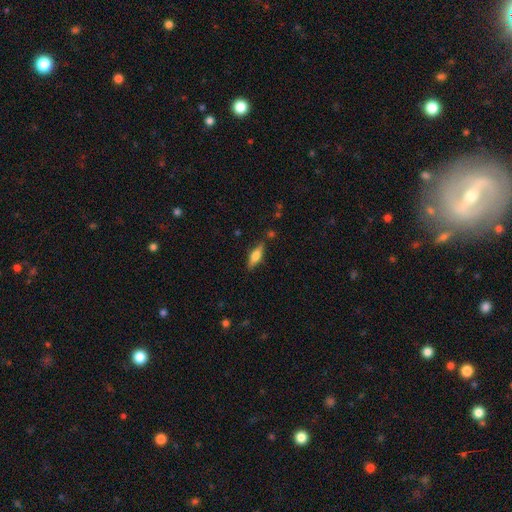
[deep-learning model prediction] A smooth galaxy with no disk features (52%) that is cigar-shaped (51%).

Vote fractions:
- Smooth or featured? smooth: 52% / featured or disk: 41% / star or artifact: 7%
- How rounded? cigar-shaped: 51% / in between: 47% / round: 3%
- Merging? none: 83% / minor disturbance: 12% / major disturbance: 3% / merger: 2%